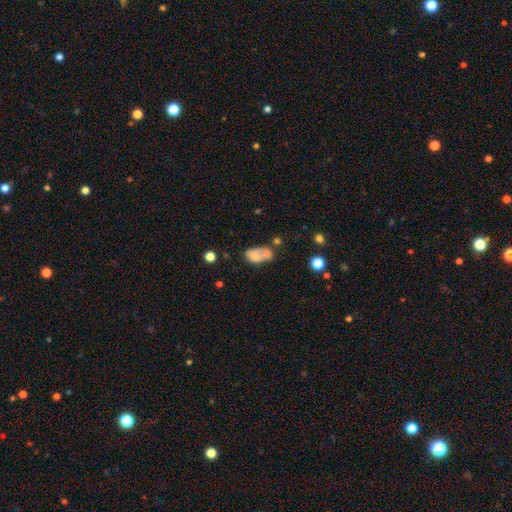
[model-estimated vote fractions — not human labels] Overall: smooth (62%; featured or disk 28%). How rounded: in between (86%). Merging: merger (38%; none 26%).